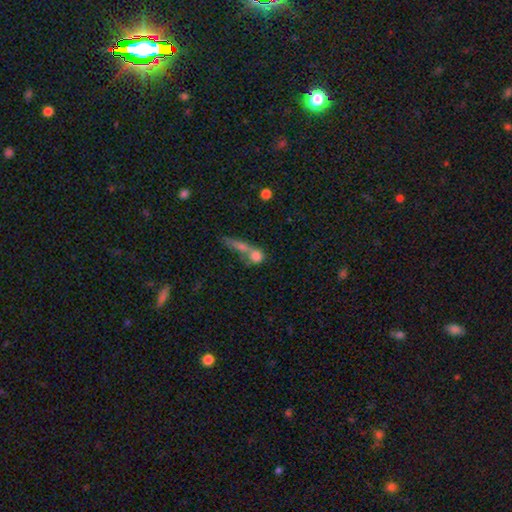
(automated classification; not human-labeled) smooth-or-featured: smooth: 70% | featured or disk: 18% | star or artifact: 12%
  how-rounded: round: 58% | in between: 26% | cigar-shaped: 16%
  merging: merger: 52% | none: 30% | minor disturbance: 10% | major disturbance: 9%